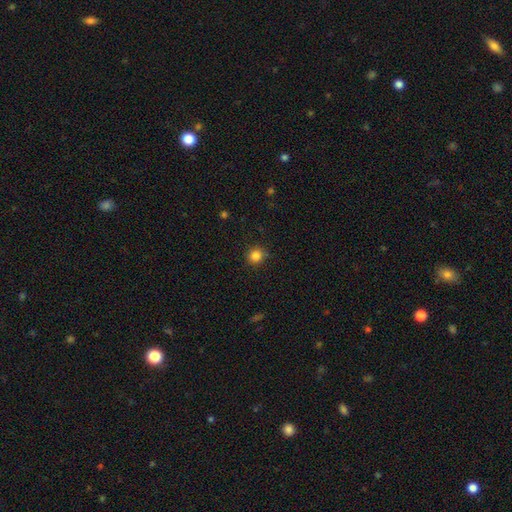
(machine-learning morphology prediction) The model was most divided on "smooth or featured": smooth: 84%, star or artifact: 12%, featured or disk: 4%. More confident: how rounded — round (90%); merging — none (88%).